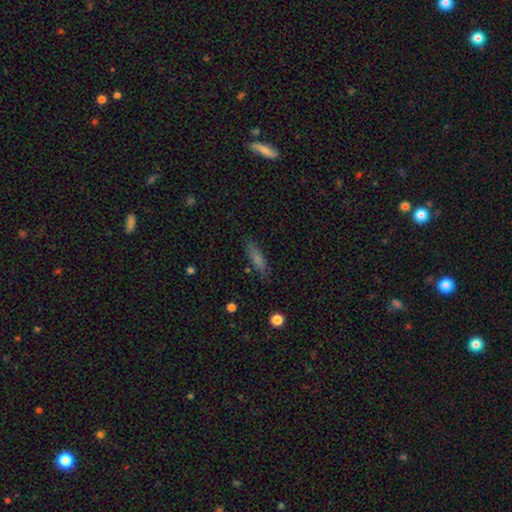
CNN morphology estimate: type=smooth (62%); roundness=cigar-shaped (72%); merging=none (83%).